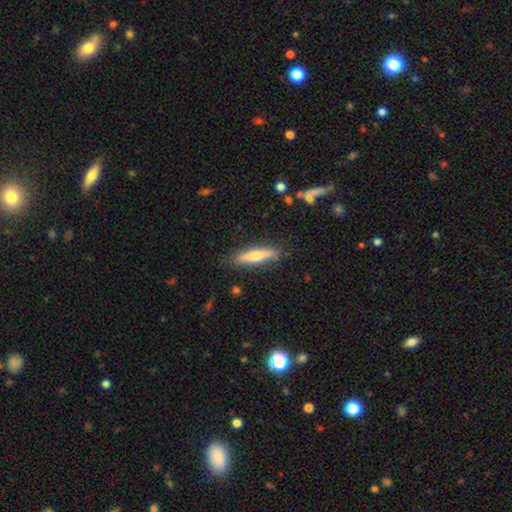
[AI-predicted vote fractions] smooth-or-featured: smooth: 53% | featured or disk: 41% | star or artifact: 6%
  how-rounded: cigar-shaped: 84% | in between: 14% | round: 2%
  merging: none: 85% | minor disturbance: 11% | major disturbance: 2% | merger: 2%